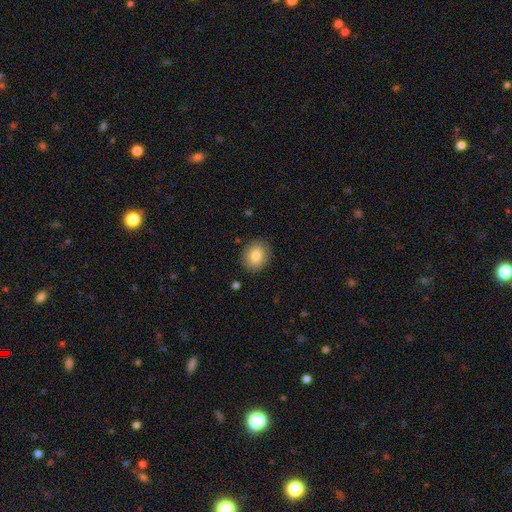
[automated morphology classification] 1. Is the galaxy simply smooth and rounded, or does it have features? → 83% smooth, 8% featured or disk, 8% star or artifact.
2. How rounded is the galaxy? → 56% round, 43% in between, 1% cigar-shaped.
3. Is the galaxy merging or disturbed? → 87% none, 9% minor disturbance, 2% major disturbance, 1% merger.